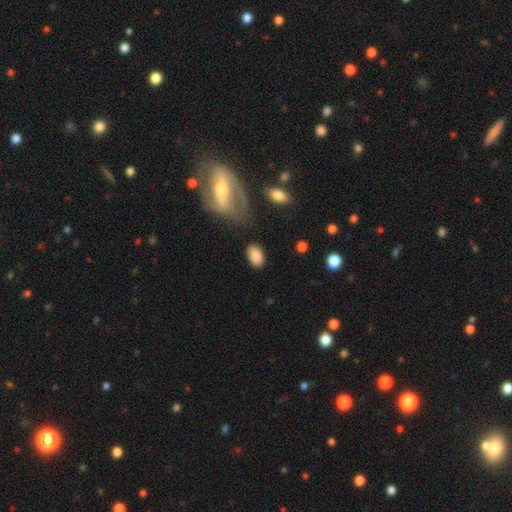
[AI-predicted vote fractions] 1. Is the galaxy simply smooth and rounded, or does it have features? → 85% smooth, 8% featured or disk, 7% star or artifact.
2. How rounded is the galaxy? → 90% in between, 9% round, 1% cigar-shaped.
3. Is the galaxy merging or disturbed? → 81% none, 12% minor disturbance, 4% major disturbance, 3% merger.